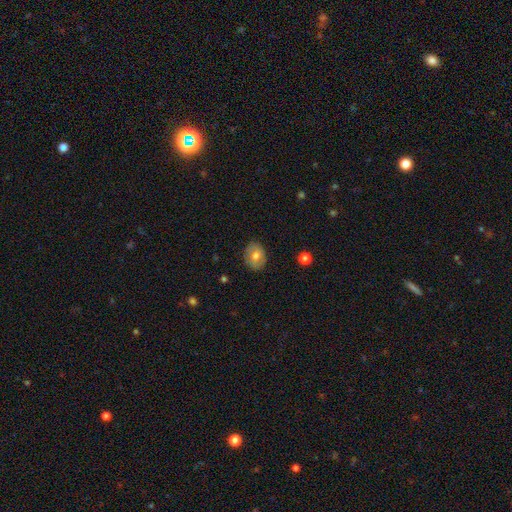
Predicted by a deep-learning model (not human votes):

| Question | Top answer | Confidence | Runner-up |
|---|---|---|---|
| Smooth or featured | smooth | 69% | featured or disk (23%) |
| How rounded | in between | 61% | round (38%) |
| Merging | none | 84% | minor disturbance (12%) |